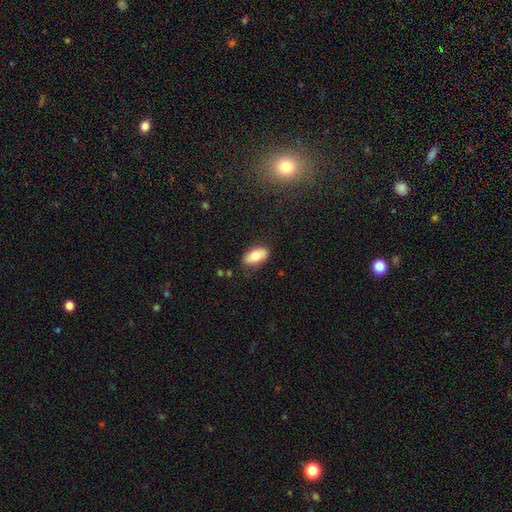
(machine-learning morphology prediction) A smooth galaxy with no disk features (78%) that is in between round and cigar-shaped (92%). Merging: none (81%).